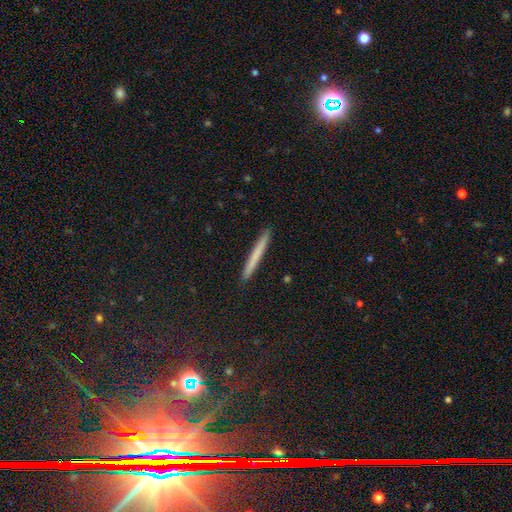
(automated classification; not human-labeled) Smooth or featured?
  - smooth: 67% *
  - featured or disk: 25%
  - star or artifact: 8%
How rounded?
  - cigar-shaped: 97% *
  - in between: 2%
  - round: 1%
Merging?
  - none: 93% *
  - minor disturbance: 5%
  - major disturbance: 1%
  - merger: 1%